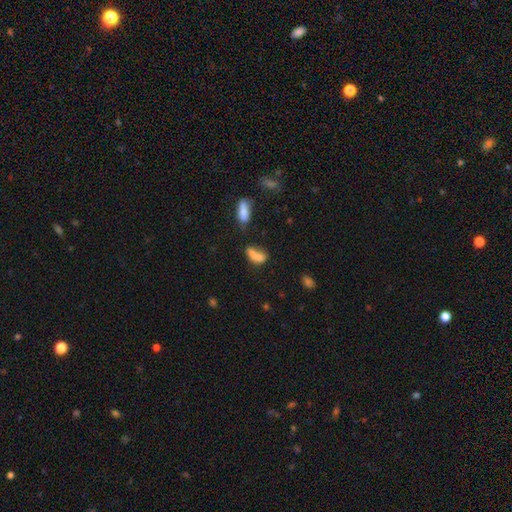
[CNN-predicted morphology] The model was most divided on "merging": merger: 57%, none: 22%, minor disturbance: 11%, major disturbance: 9%. More confident: how rounded — in between (74%); smooth or featured — smooth (71%).